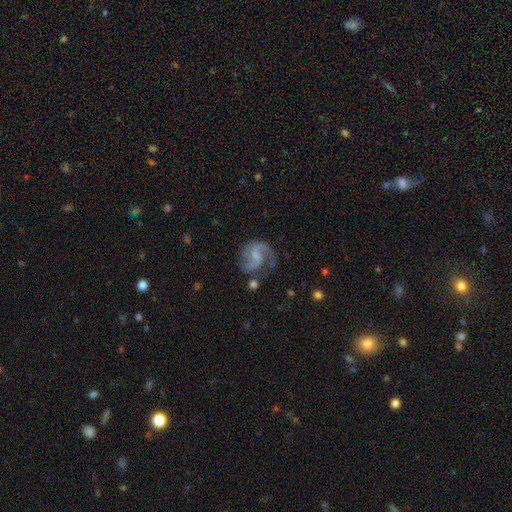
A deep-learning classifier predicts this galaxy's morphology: Q: Smooth or featured?
A: featured or disk (88%); runner-up: smooth (7%)
Q: Edge-on disk?
A: no (98%); runner-up: yes (2%)
Q: Bar?
A: weak (52%); runner-up: no (33%)
Q: Spiral arms?
A: yes (97%); runner-up: no (3%)
Q: Spiral winding?
A: medium (56%); runner-up: loose (30%)
Q: Spiral arm count?
A: 2 (87%); runner-up: 1 (6%)
Q: Bulge size?
A: small (47%); runner-up: none (27%)
Q: Merging?
A: none (65%); runner-up: minor disturbance (19%)